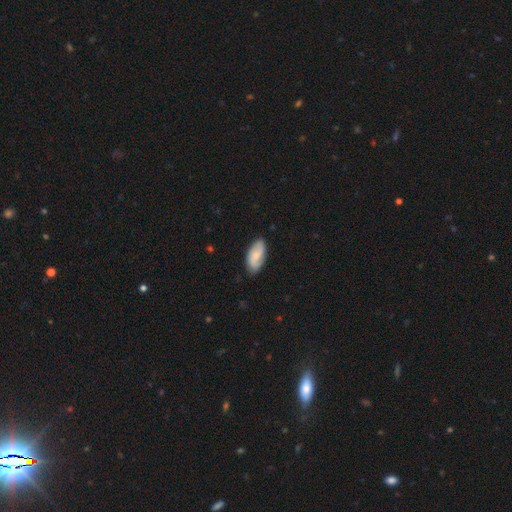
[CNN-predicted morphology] This is possibly a smooth galaxy (59%). How rounded: clearly in between (91%). Merging: clearly none (81%).